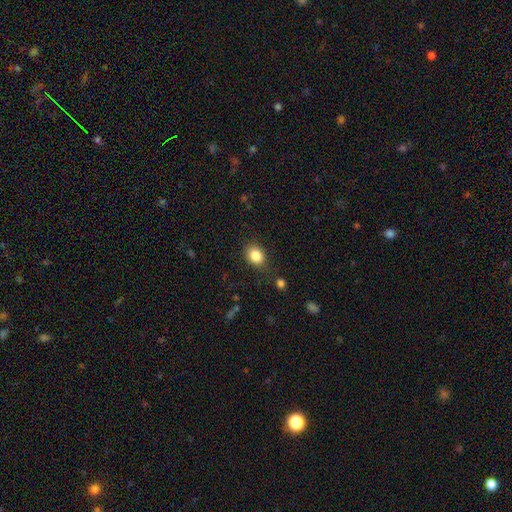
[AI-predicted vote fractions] smooth 85%, star or artifact 9%, featured or disk 6%. Down the decision tree: how rounded — in between (55%); merging — none (81%).